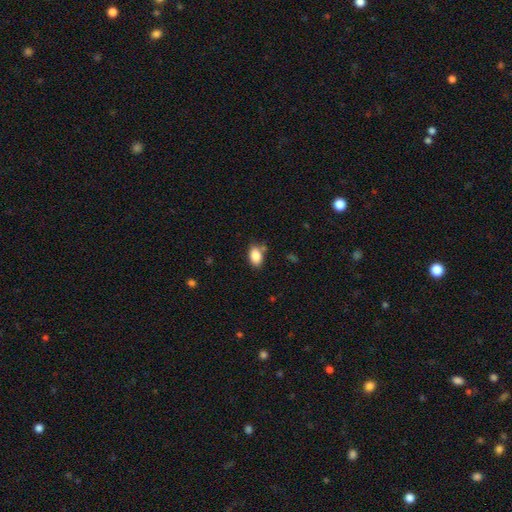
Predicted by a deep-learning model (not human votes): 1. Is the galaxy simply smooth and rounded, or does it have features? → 86% smooth, 8% star or artifact, 5% featured or disk.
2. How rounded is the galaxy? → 88% in between, 10% round, 2% cigar-shaped.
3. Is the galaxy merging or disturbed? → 75% none, 15% minor disturbance, 6% merger, 3% major disturbance.